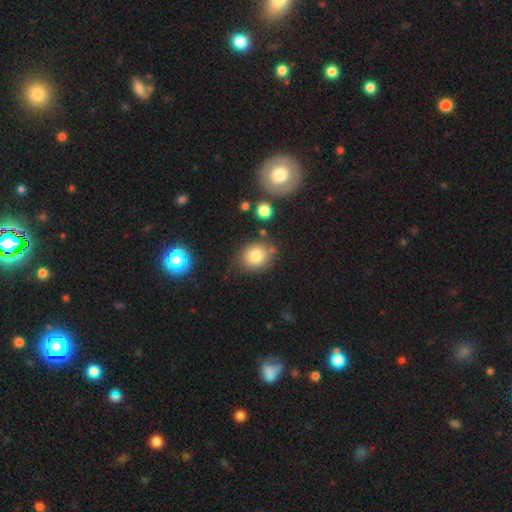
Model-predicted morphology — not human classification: A smooth galaxy with no disk features (82%) that is round (65%).

Vote fractions:
- Smooth or featured? smooth: 82% / star or artifact: 11% / featured or disk: 8%
- How rounded? round: 65% / in between: 34% / cigar-shaped: 1%
- Merging? none: 77% / minor disturbance: 14% / merger: 6% / major disturbance: 4%